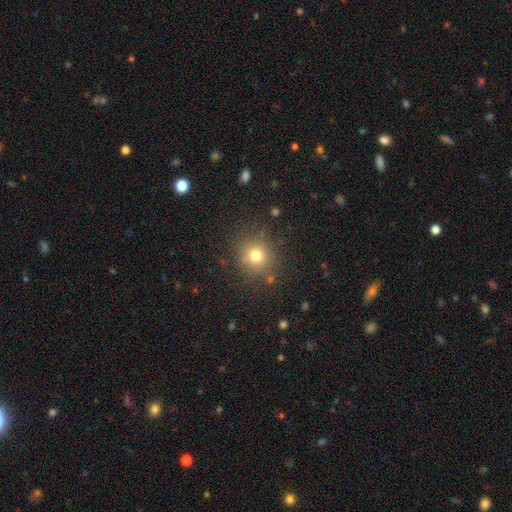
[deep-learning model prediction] Morphology: type=smooth (75%); roundness=round (90%); merging=none (85%).